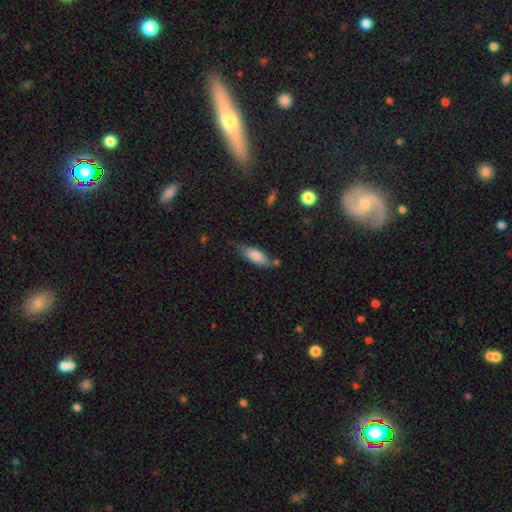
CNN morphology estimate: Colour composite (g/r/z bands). It shows a smooth galaxy with no disk features (78%) that is in between round and cigar-shaped (61%). Merging: none (61%).